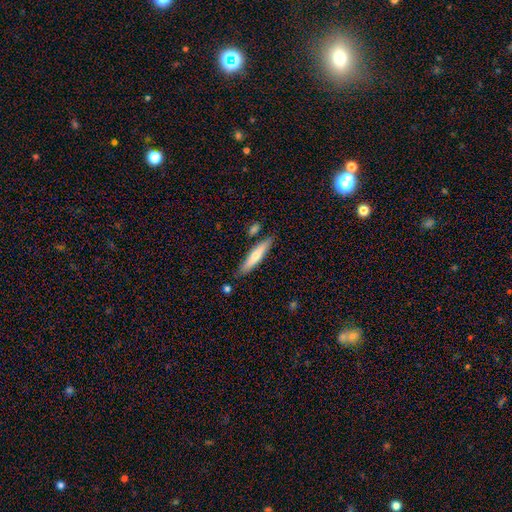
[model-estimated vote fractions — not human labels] smooth_or_featured: smooth (p=0.62) [alt: featured or disk p=0.32]
how_rounded: cigar-shaped (p=0.86) [alt: in between p=0.12]
merging: none (p=0.82) [alt: minor disturbance p=0.11]